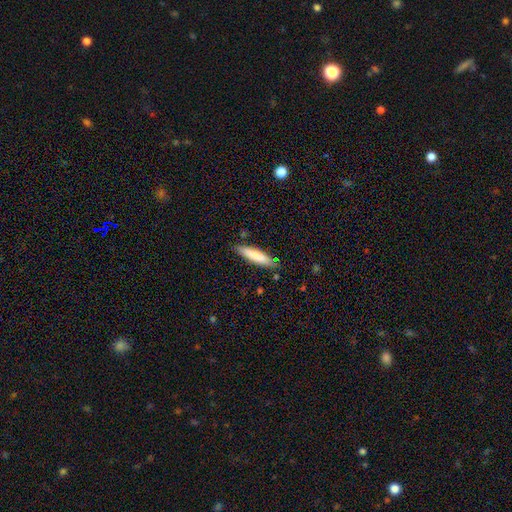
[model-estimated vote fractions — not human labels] A smooth galaxy with no disk features (79%) that is cigar-shaped (82%). Merging: none (85%).